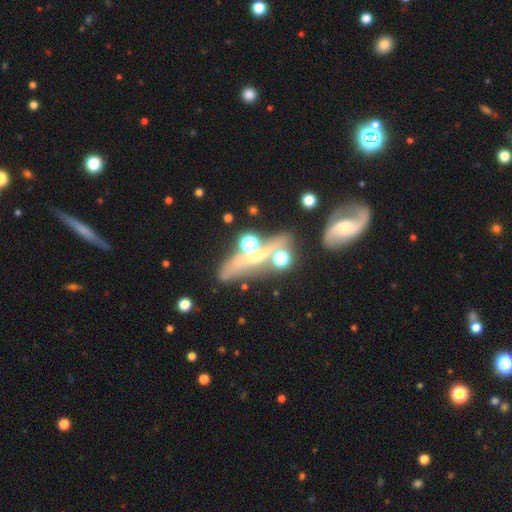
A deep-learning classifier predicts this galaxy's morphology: This is possibly a featured or disk galaxy (45%). Merging: possibly none (53%).